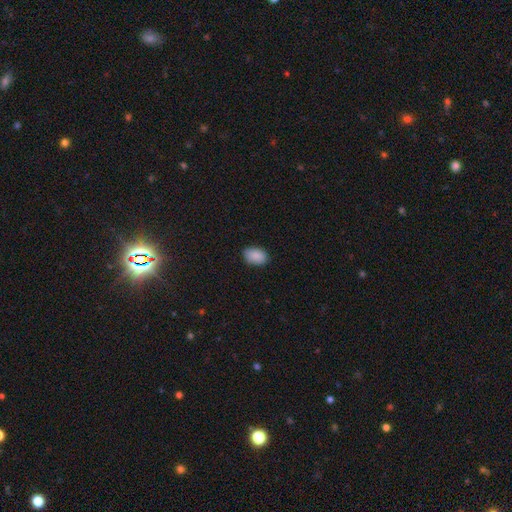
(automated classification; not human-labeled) Q: Smooth or featured?
A: smooth (89%); runner-up: star or artifact (7%)
Q: How rounded?
A: in between (86%); runner-up: round (13%)
Q: Merging?
A: none (85%); runner-up: minor disturbance (12%)